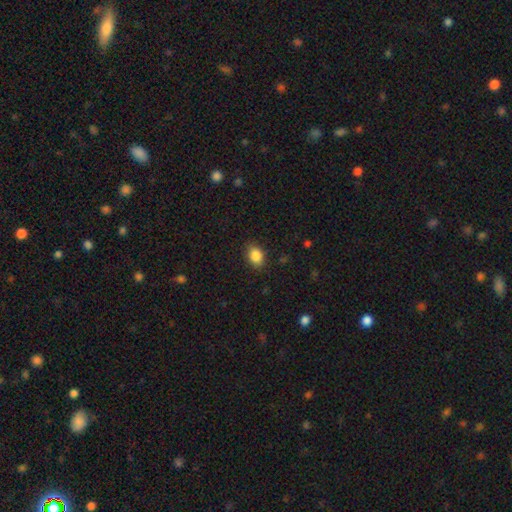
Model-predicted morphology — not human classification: Smooth or featured?
  - smooth: 87% *
  - star or artifact: 9%
  - featured or disk: 4%
How rounded?
  - in between: 72% *
  - round: 27%
  - cigar-shaped: 1%
Merging?
  - none: 85% *
  - minor disturbance: 11%
  - major disturbance: 3%
  - merger: 1%